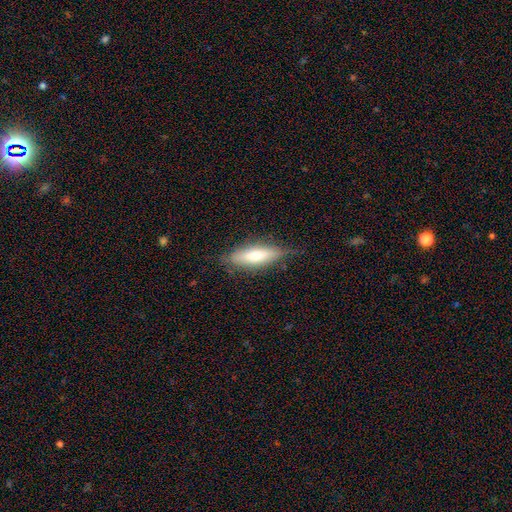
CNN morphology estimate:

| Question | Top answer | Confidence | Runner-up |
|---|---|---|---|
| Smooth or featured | smooth | 67% | featured or disk (27%) |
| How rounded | cigar-shaped | 56% | in between (43%) |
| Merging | none | 76% | minor disturbance (19%) |